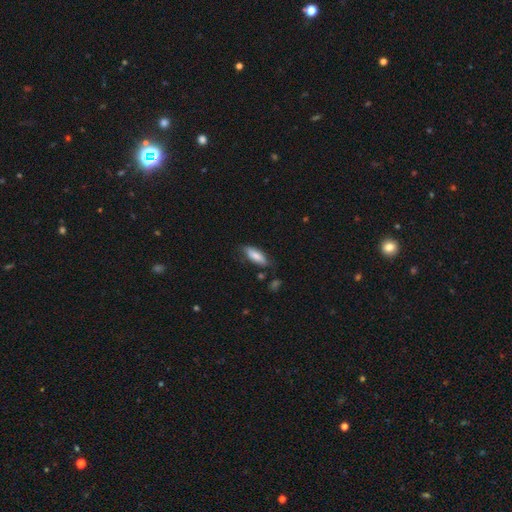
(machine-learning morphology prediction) Smooth or featured? smooth (77%)
How rounded? in between (63%)
Merging? none (74%)